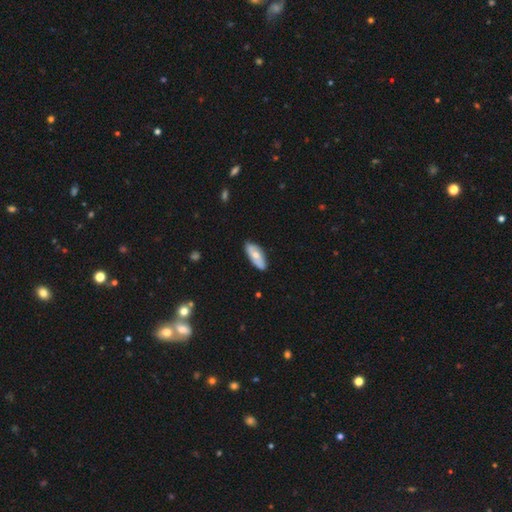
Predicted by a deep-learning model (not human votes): smooth-or-featured: smooth: 59% | featured or disk: 35% | star or artifact: 6%
  how-rounded: in between: 79% | cigar-shaped: 18% | round: 2%
  merging: none: 84% | minor disturbance: 12% | major disturbance: 2% | merger: 1%